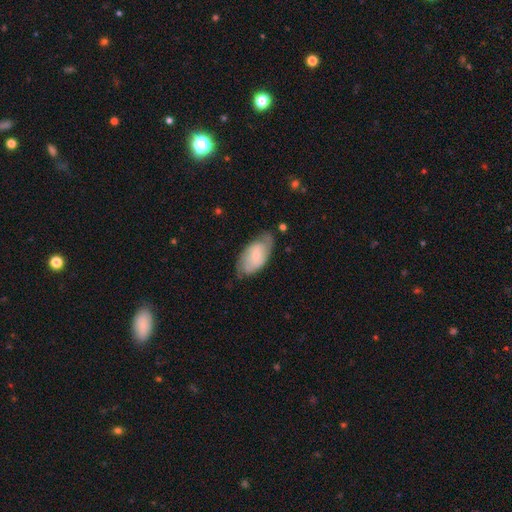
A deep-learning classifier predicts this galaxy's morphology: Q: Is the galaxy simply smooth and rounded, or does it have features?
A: featured or disk — 59%.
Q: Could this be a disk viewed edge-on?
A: no — 94%.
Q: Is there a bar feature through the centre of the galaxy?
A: no — 62%.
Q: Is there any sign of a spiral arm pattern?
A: yes — 83%.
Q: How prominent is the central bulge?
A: small — 65%.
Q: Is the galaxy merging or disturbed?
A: none — 65%.